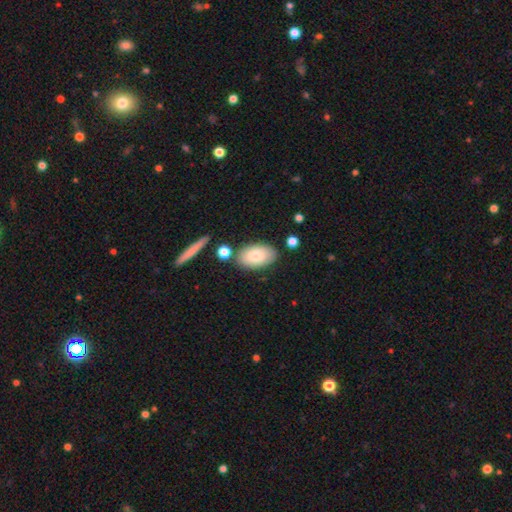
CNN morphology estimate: smooth-or-featured: smooth: 79% | featured or disk: 15% | star or artifact: 7%
  how-rounded: in between: 93% | round: 5% | cigar-shaped: 2%
  merging: none: 79% | minor disturbance: 11% | merger: 7% | major disturbance: 3%